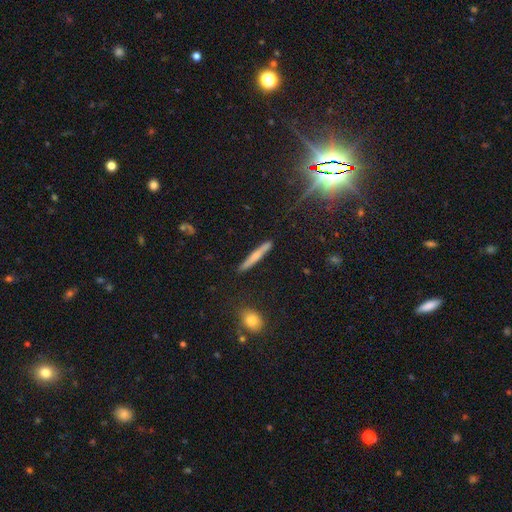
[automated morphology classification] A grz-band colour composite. It shows a smooth galaxy with no disk features (55%) that is cigar-shaped (94%). Merging: none (88%).